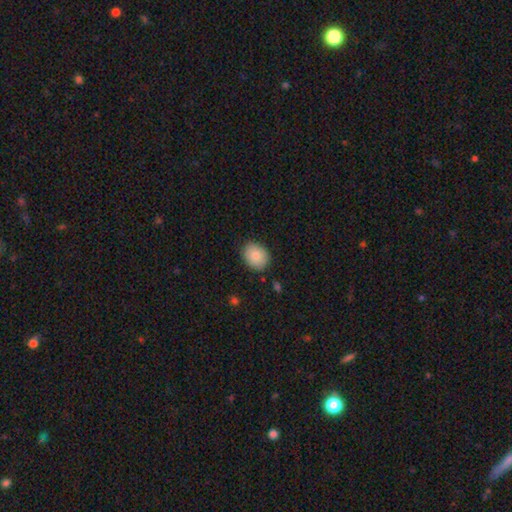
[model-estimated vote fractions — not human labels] Smooth or featured: smooth — 84% (featured or disk — 9%)
How rounded: in between — 57% (round — 42%)
Merging: none — 86% (minor disturbance — 10%)